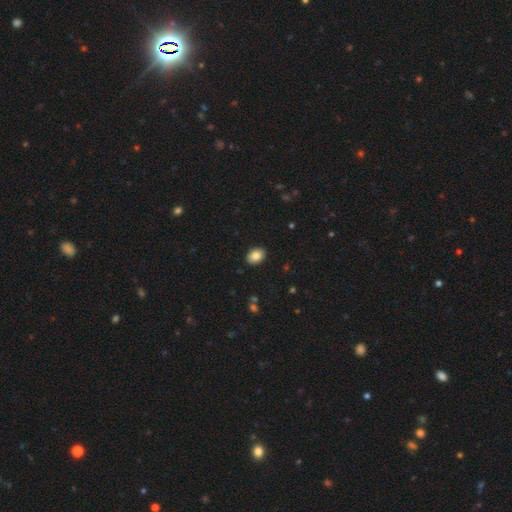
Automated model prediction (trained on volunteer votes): smooth 85%, star or artifact 8%, featured or disk 7%. Down the decision tree: how rounded — in between (79%); merging — none (90%).